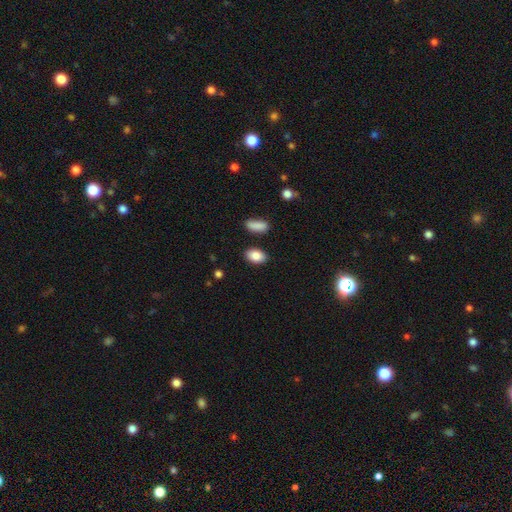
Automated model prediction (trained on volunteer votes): smooth_or_featured: smooth (p=0.86) [alt: star or artifact p=0.07]
how_rounded: in between (p=0.90) [alt: round p=0.08]
merging: none (p=0.86) [alt: minor disturbance p=0.09]